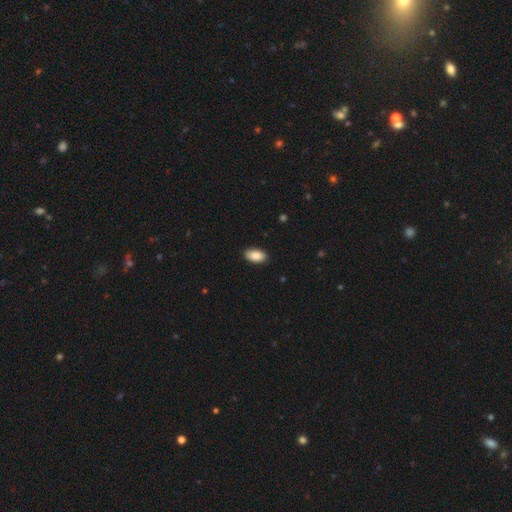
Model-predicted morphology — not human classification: Smooth or featured? smooth (88%)
How rounded? in between (94%)
Merging? none (89%)